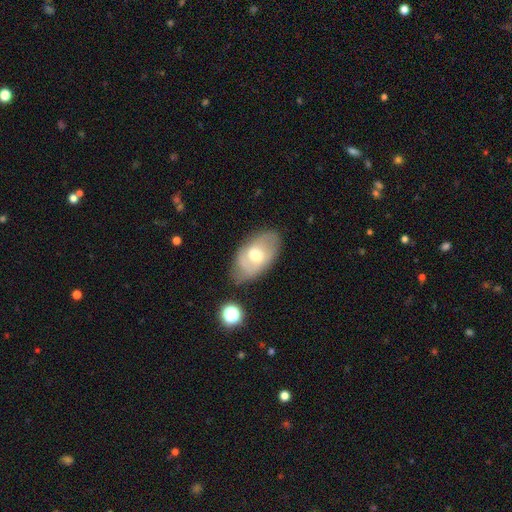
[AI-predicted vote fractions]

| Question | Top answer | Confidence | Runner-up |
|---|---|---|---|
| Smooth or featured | featured or disk | 54% | smooth (38%) |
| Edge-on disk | no | 92% | yes (8%) |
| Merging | none | 69% | minor disturbance (22%) |